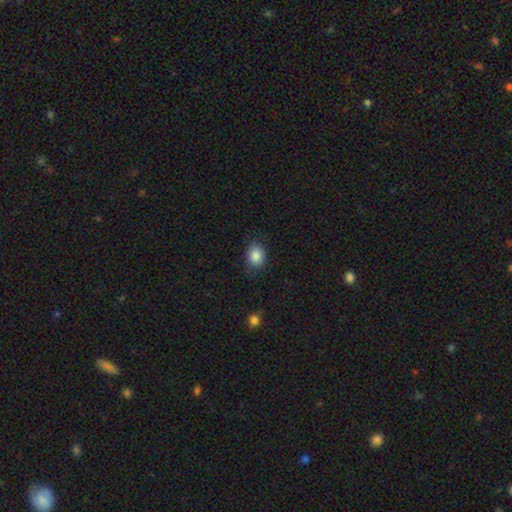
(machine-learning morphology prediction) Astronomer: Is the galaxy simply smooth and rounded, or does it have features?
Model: smooth — 86%.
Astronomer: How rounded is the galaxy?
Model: in between — 54% (runner-up: round, 45%).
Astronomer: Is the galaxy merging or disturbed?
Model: none — 82%.